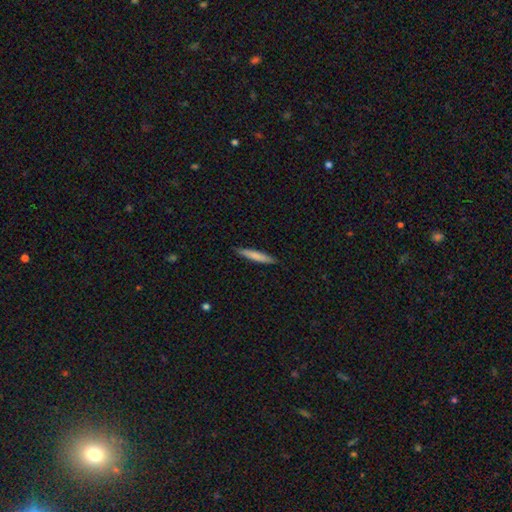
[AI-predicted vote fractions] Morphology: type=smooth (76%); roundness=cigar-shaped (93%); merging=none (89%).